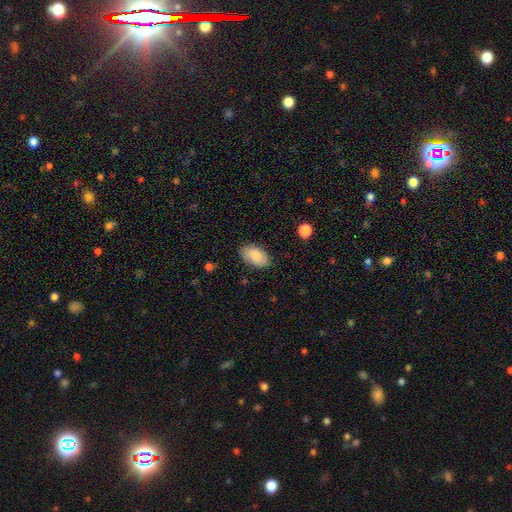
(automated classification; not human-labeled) Smooth or featured? Predicted: smooth (p=0.84). How rounded? Predicted: in between (p=0.94). Merging? Predicted: none (p=0.84).